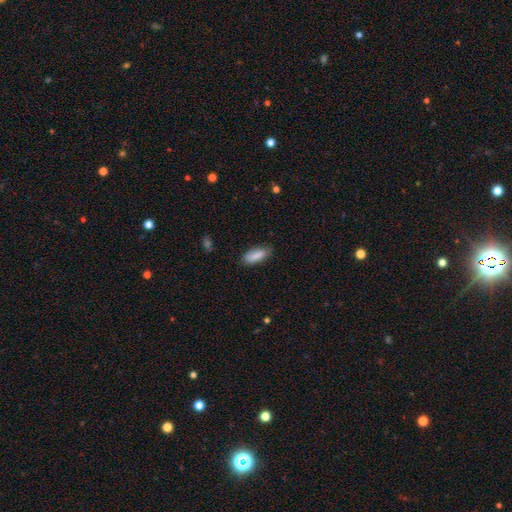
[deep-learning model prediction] smooth_or_featured: smooth (p=0.85) [alt: featured or disk p=0.08]
how_rounded: in between (p=0.76) [alt: cigar-shaped p=0.22]
merging: none (p=0.76) [alt: minor disturbance p=0.19]